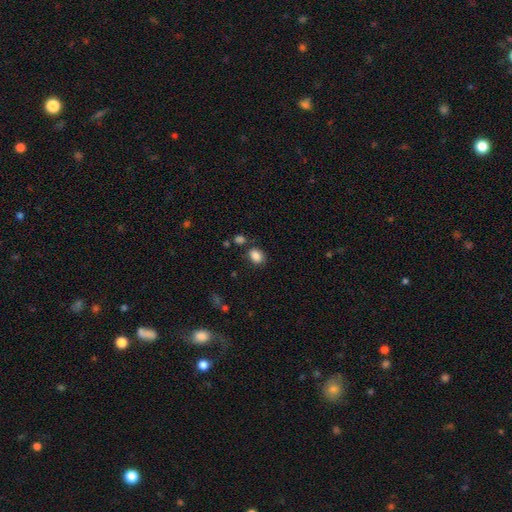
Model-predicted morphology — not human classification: Smooth or featured? smooth (86%)
How rounded? in between (71%)
Merging? none (72%)